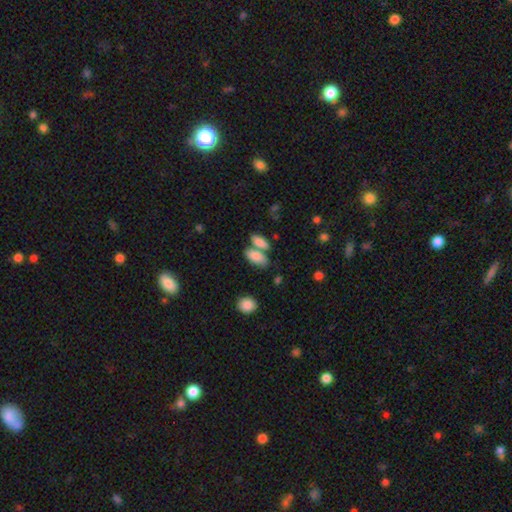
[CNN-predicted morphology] type=smooth (85%); roundness=in between (88%); merging=none (44%).